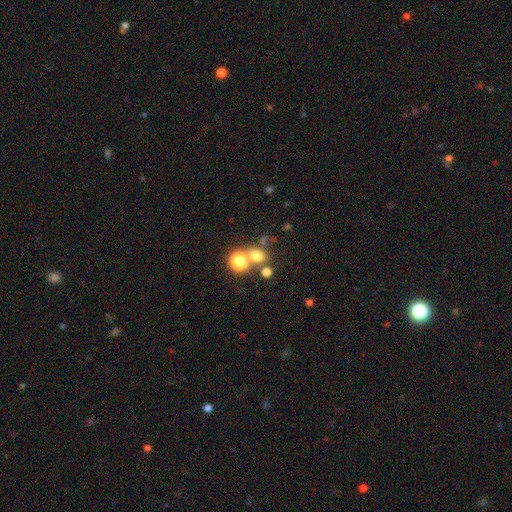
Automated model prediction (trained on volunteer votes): smooth_or_featured: smooth (p=0.67) [alt: star or artifact p=0.23]
how_rounded: round (p=0.66) [alt: in between p=0.33]
merging: none (p=0.57) [alt: merger p=0.29]